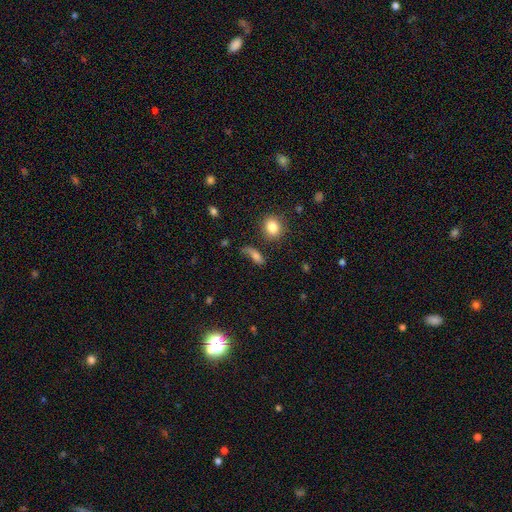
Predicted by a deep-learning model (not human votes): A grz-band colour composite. It shows a smooth galaxy with no disk features (65%) that is in between round and cigar-shaped (63%). Merging: none (45%).